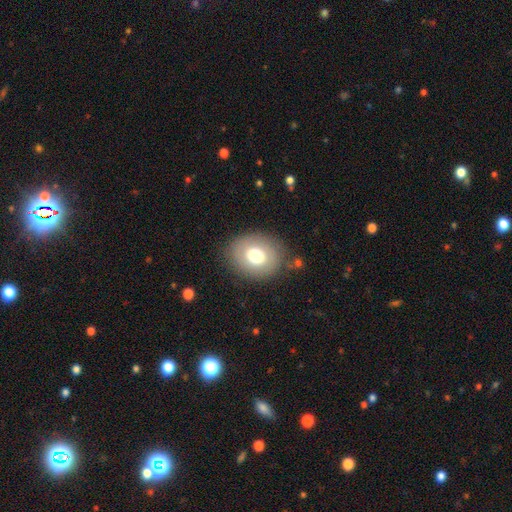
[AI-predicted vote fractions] A smooth galaxy with no disk features (72%) that is round (61%).

Vote fractions:
- Smooth or featured? smooth: 72% / featured or disk: 19% / star or artifact: 9%
- How rounded? round: 61% / in between: 39% / cigar-shaped: 1%
- Merging? none: 83% / minor disturbance: 10% / major disturbance: 4% / merger: 2%